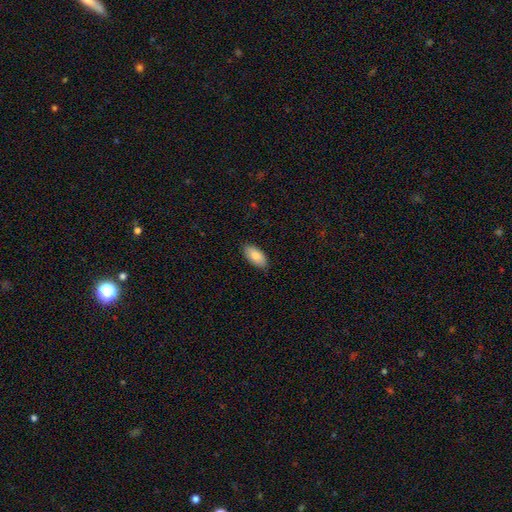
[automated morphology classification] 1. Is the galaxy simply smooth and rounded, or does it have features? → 86% smooth, 8% featured or disk, 6% star or artifact.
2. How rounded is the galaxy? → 93% in between, 5% cigar-shaped, 2% round.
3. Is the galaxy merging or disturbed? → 87% none, 10% minor disturbance, 2% major disturbance, 1% merger.